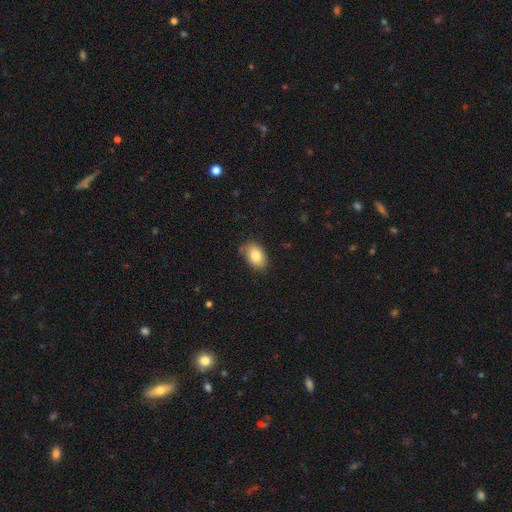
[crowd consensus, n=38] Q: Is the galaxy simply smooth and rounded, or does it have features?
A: smooth — 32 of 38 (84%).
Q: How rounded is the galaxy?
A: in between — 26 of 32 (81%).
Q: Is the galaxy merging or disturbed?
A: none — 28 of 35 (80%).